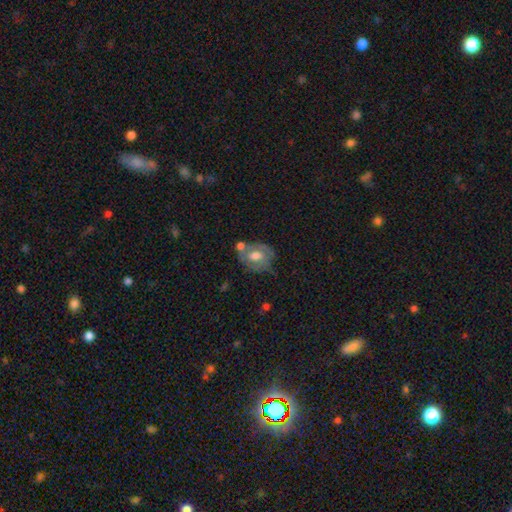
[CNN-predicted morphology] This is possibly a featured or disk galaxy (56%). It is clearly not viewed edge-on (95%). Bar: possibly no (55%). Spiral arm pattern: possibly yes (58%). Central bulge: likely moderate (63%). Merging: possibly none (46%).